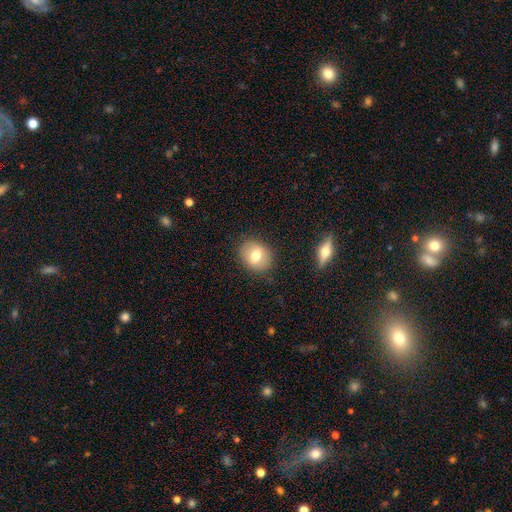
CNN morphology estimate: Smooth or featured? Predicted: smooth (p=0.71). How rounded? Predicted: round (p=0.63). Merging? Predicted: none (p=0.86).